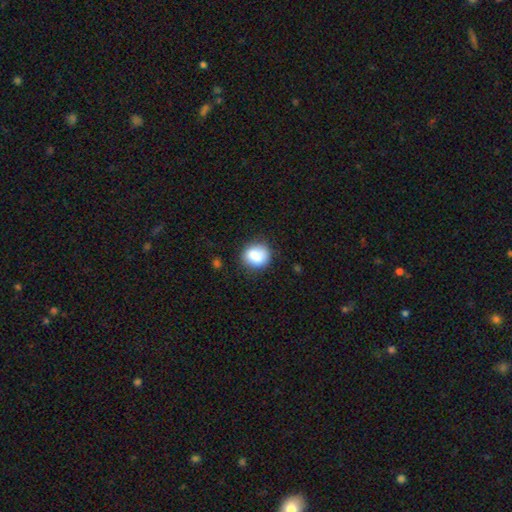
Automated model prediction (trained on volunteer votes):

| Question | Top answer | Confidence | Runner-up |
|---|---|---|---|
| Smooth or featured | smooth | 86% | star or artifact (8%) |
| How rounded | round | 75% | in between (24%) |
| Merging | none | 80% | minor disturbance (14%) |